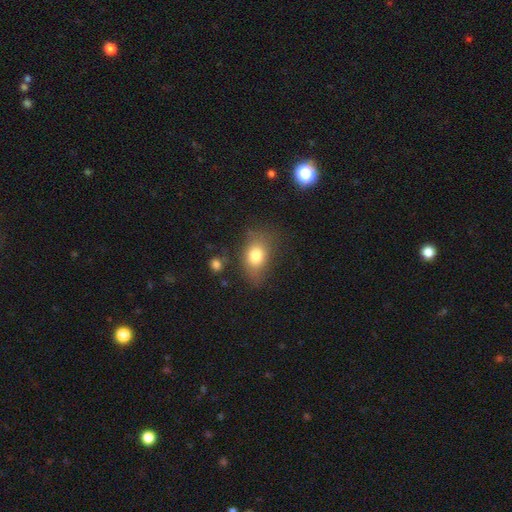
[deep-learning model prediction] A smooth galaxy with no disk features (77%) that is in between round and cigar-shaped (76%).

Vote fractions:
- Smooth or featured? smooth: 77% / featured or disk: 13% / star or artifact: 10%
- How rounded? in between: 76% / round: 22% / cigar-shaped: 2%
- Merging? none: 64% / minor disturbance: 23% / major disturbance: 10% / merger: 3%